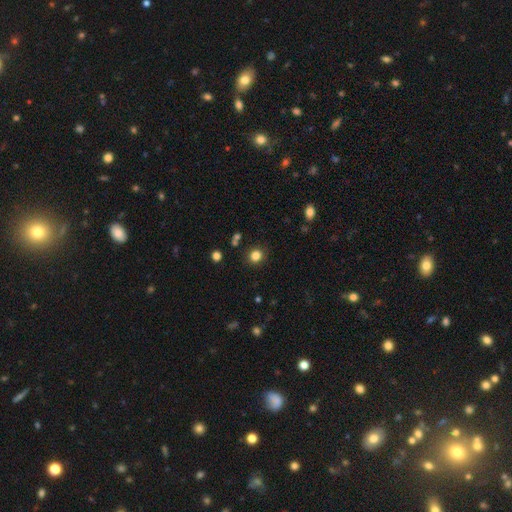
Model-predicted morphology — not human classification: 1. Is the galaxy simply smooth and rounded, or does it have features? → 82% smooth, 13% star or artifact, 5% featured or disk.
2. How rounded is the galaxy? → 88% round, 11% in between, 1% cigar-shaped.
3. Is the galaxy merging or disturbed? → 88% none, 7% minor disturbance, 3% merger, 2% major disturbance.